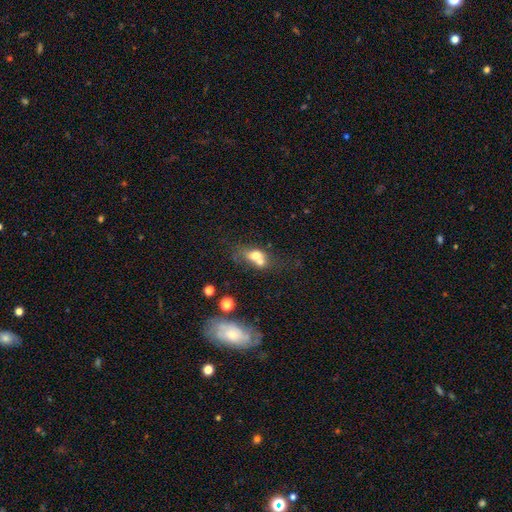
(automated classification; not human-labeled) This is likely a smooth galaxy (64%). How rounded: possibly in between (58%). Merging: likely merger (61%).